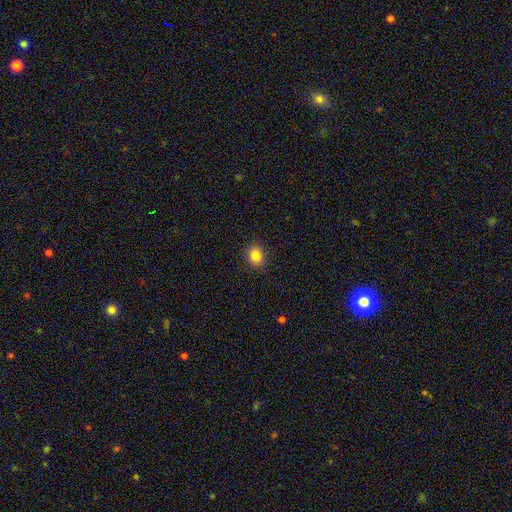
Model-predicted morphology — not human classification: Smooth or featured: smooth — 85% (star or artifact — 10%)
How rounded: round — 65% (in between — 34%)
Merging: none — 90% (minor disturbance — 7%)